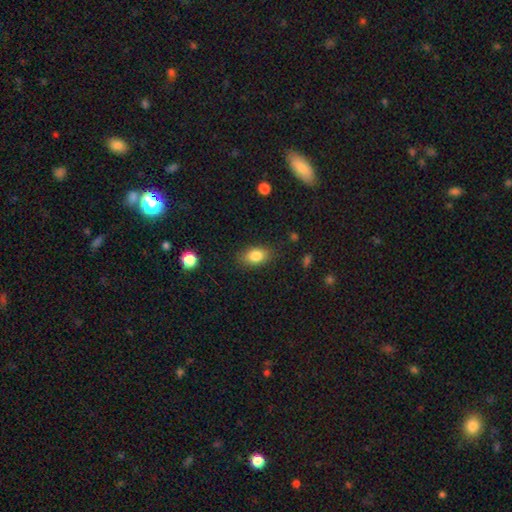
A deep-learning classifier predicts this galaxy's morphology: Smooth or featured: smooth — 84% (star or artifact — 8%)
How rounded: in between — 84% (round — 14%)
Merging: none — 83% (minor disturbance — 12%)